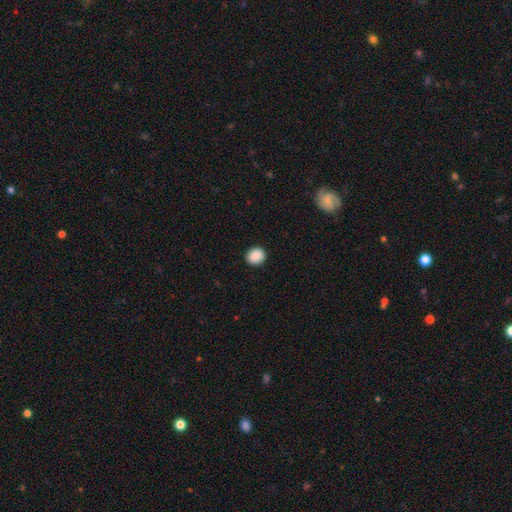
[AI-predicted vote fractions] smooth_or_featured: smooth (p=0.89) [alt: star or artifact p=0.08]
how_rounded: round (p=0.81) [alt: in between p=0.18]
merging: none (p=0.92) [alt: minor disturbance p=0.06]